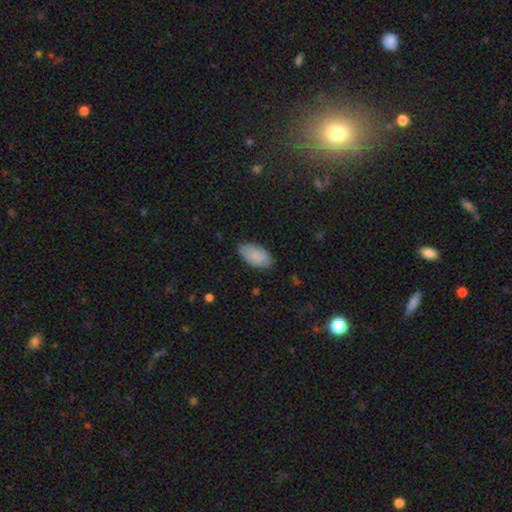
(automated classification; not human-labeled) smooth 87%, featured or disk 7%, star or artifact 6%. Down the decision tree: how rounded — in between (95%); merging — none (82%).